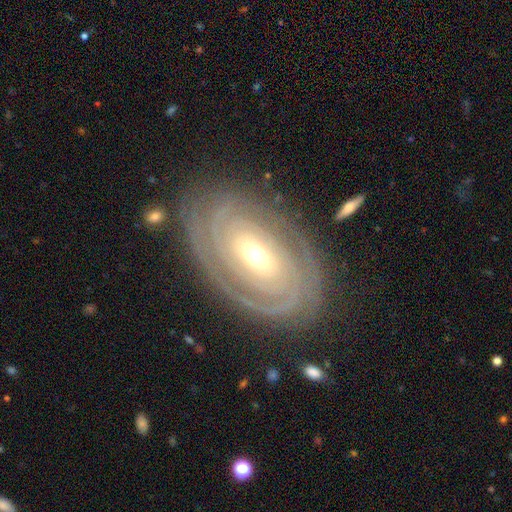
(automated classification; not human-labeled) Overall: featured or disk (87%). Edge-on disk: no (95%). Bar: no (54%; weak 28%). Spiral arms: yes (94%). Spiral arm count: 2 (34%; can't tell 28%). Spiral winding: tight (86%). Bulge size: moderate (60%; small 33%). Merging: none (81%).